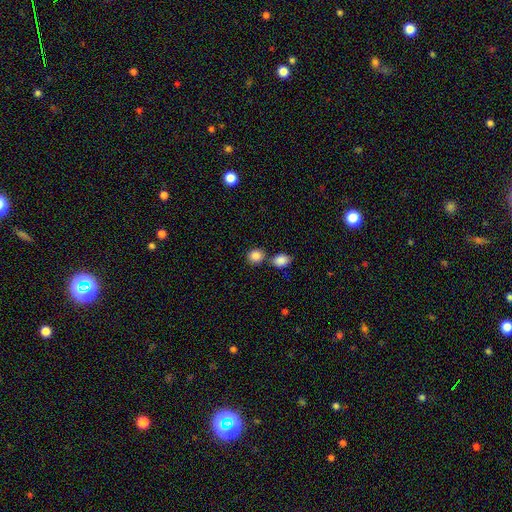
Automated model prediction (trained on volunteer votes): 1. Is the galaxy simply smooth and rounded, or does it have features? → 86% smooth, 9% star or artifact, 5% featured or disk.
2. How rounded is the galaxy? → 77% round, 22% in between, 1% cigar-shaped.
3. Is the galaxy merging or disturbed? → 62% none, 26% merger, 9% minor disturbance, 3% major disturbance.